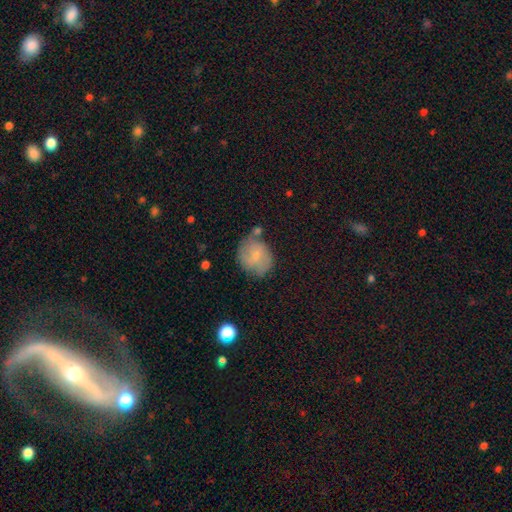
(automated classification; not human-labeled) Smooth or featured?
  - smooth: 59% *
  - featured or disk: 33%
  - star or artifact: 8%
How rounded?
  - round: 72% *
  - in between: 27%
  - cigar-shaped: 1%
Merging?
  - none: 58% *
  - minor disturbance: 24%
  - merger: 11%
  - major disturbance: 8%